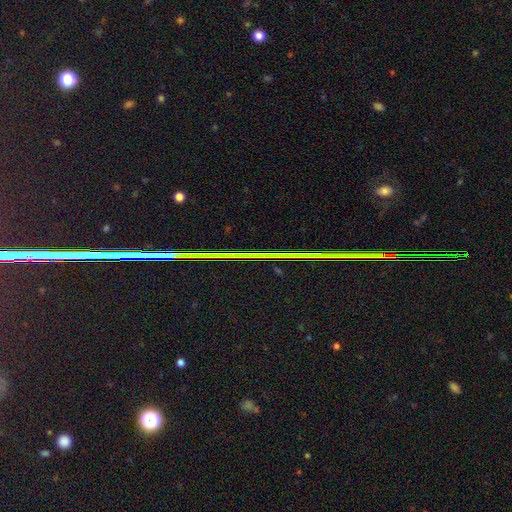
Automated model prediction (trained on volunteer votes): This is clearly a star or artifact rather than a galaxy (84%).